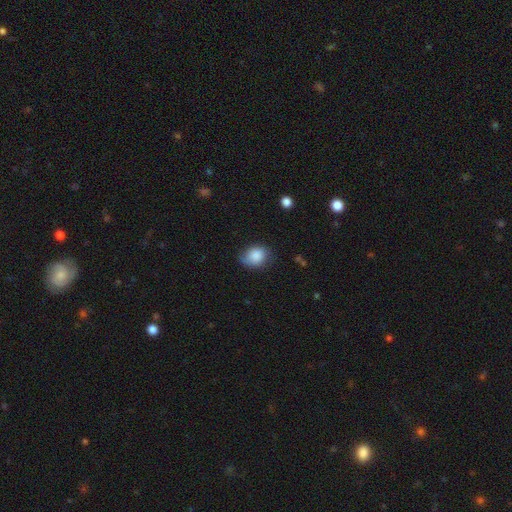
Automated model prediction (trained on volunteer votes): Q: Smooth or featured?
A: smooth (82%); runner-up: featured or disk (10%)
Q: How rounded?
A: in between (53%); runner-up: round (46%)
Q: Merging?
A: none (63%); runner-up: minor disturbance (28%)